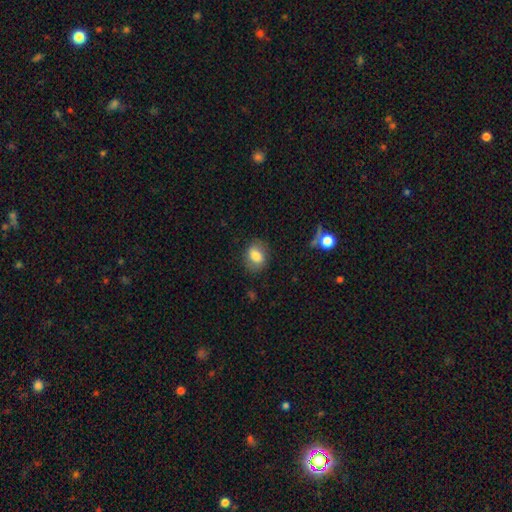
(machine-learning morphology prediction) smooth-or-featured: smooth: 79% | featured or disk: 13% | star or artifact: 9%
  how-rounded: in between: 64% | round: 35% | cigar-shaped: 1%
  merging: none: 77% | minor disturbance: 16% | major disturbance: 5% | merger: 1%